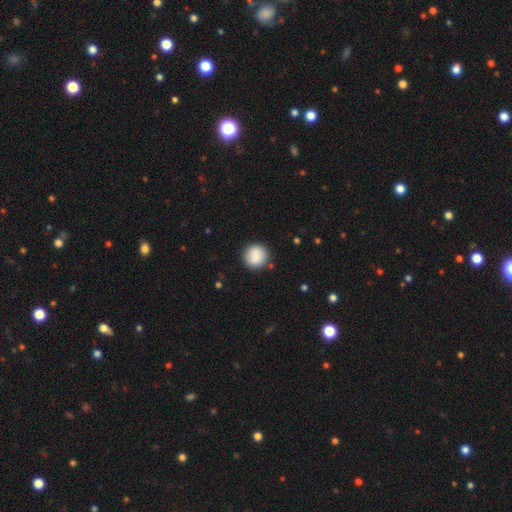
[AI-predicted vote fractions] smooth-or-featured: smooth: 83% | featured or disk: 10% | star or artifact: 7%
  how-rounded: round: 93% | in between: 6% | cigar-shaped: 1%
  merging: none: 86% | minor disturbance: 9% | major disturbance: 3% | merger: 2%